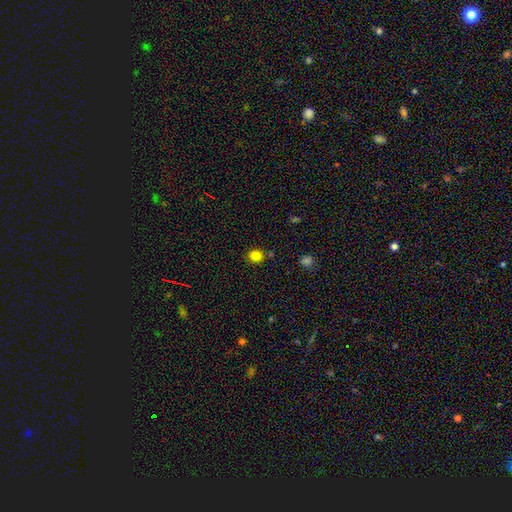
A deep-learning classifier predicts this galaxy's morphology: A smooth galaxy with no disk features (82%) that is round (82%). Merging: none (85%).